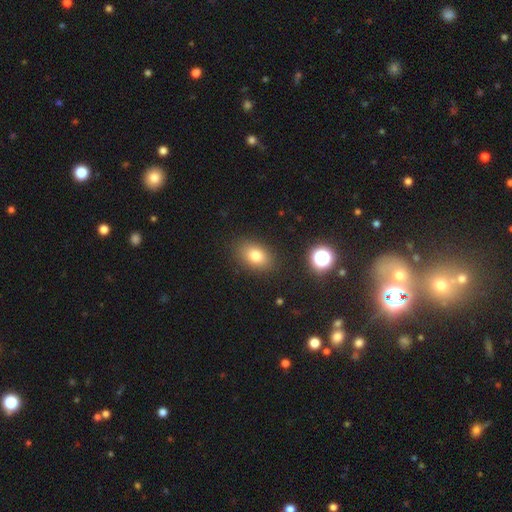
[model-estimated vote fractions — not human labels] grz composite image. It shows a smooth galaxy with no disk features (78%) that is in between round and cigar-shaped (81%). Merging: none (86%).